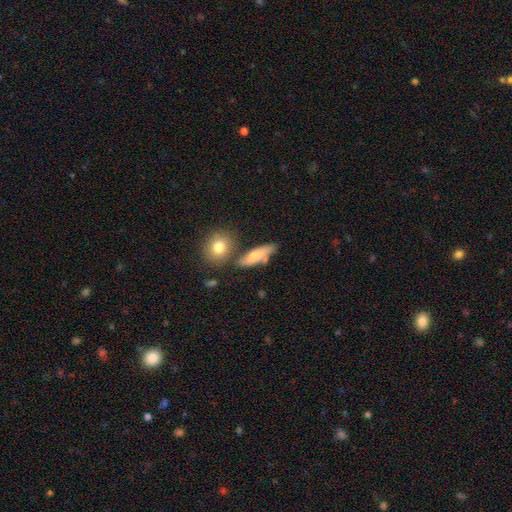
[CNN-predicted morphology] A smooth galaxy with no disk features (71%) that is in between round and cigar-shaped (49%). Merging: none (60%).